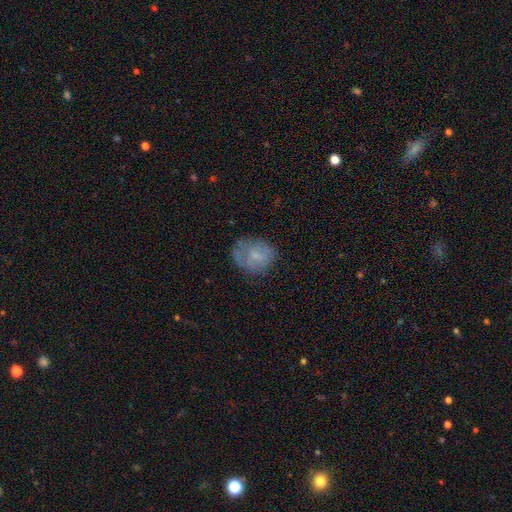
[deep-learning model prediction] This appears to be a smooth galaxy with no disk features (55%) that is round (58%). Merging: none (58%).